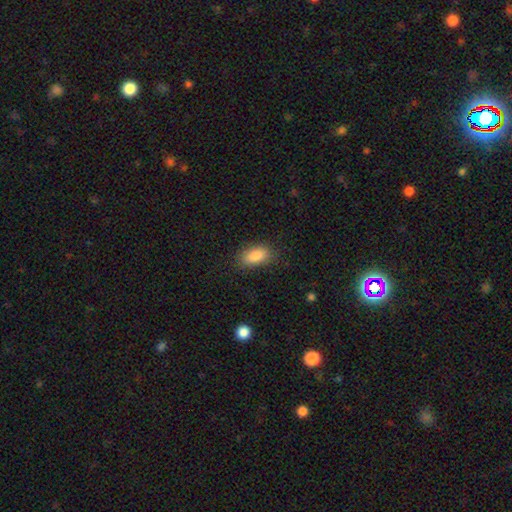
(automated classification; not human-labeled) A smooth galaxy with no disk features (86%) that is in between round and cigar-shaped (90%). Merging: none (81%).